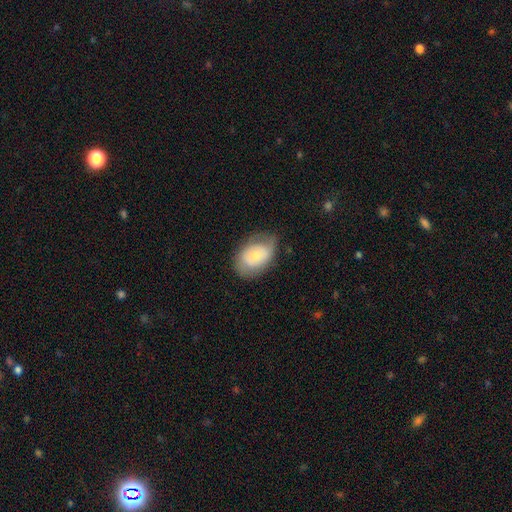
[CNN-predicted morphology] This appears to be a smooth galaxy with no disk features (57%) that is in between round and cigar-shaped (82%). Merging: none (66%).